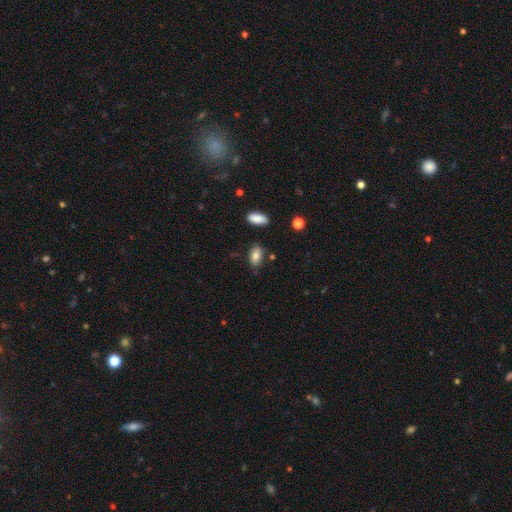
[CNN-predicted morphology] The model was most divided on "merging": none: 75%, minor disturbance: 18%, major disturbance: 3%, merger: 3%. More confident: how rounded — in between (89%); smooth or featured — smooth (81%).